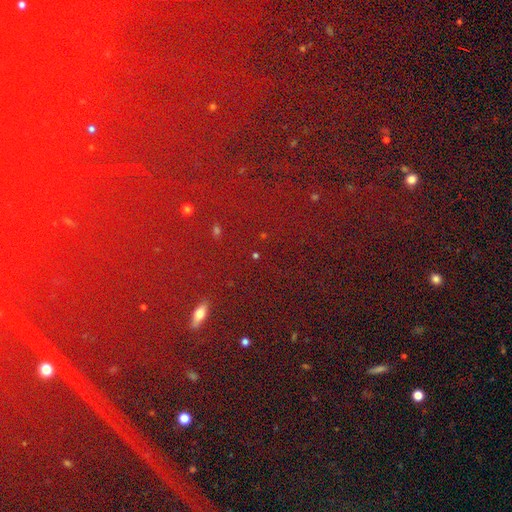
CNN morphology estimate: Overall: star or artifact (78%).